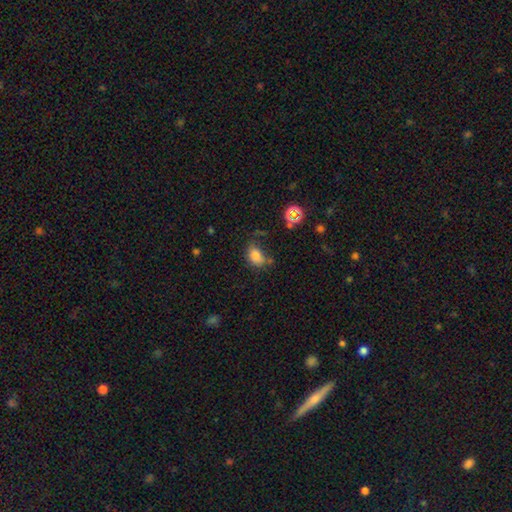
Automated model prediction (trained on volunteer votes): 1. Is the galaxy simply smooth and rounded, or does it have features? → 80% smooth, 12% star or artifact, 8% featured or disk.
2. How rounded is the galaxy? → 80% in between, 18% round, 1% cigar-shaped.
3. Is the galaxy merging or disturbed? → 62% none, 22% minor disturbance, 8% merger, 7% major disturbance.